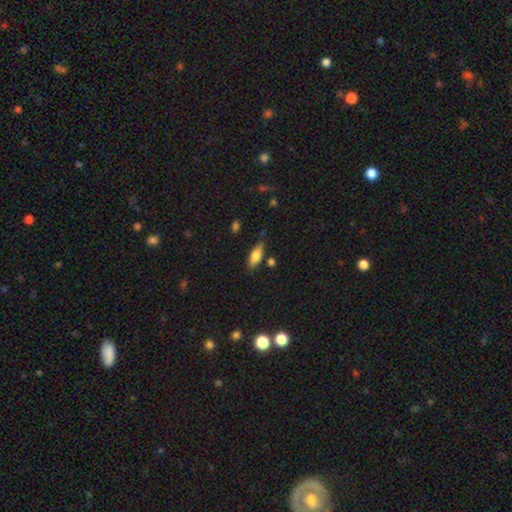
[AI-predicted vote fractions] This appears to be a smooth galaxy with no disk features (77%) that is in between round and cigar-shaped (71%). Merging: none (74%).